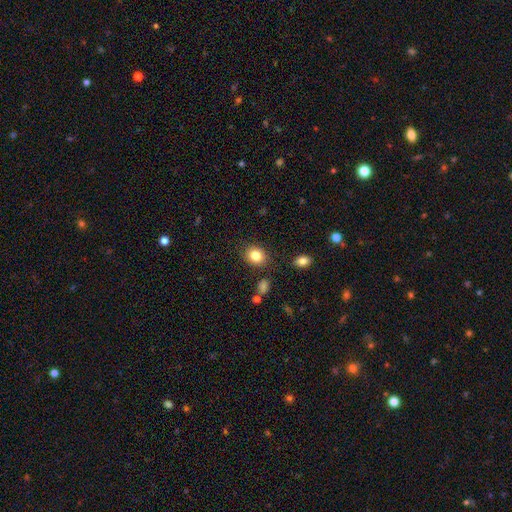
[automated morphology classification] smooth 83%, star or artifact 10%, featured or disk 7%. Down the decision tree: how rounded — round (61%); merging — none (84%).